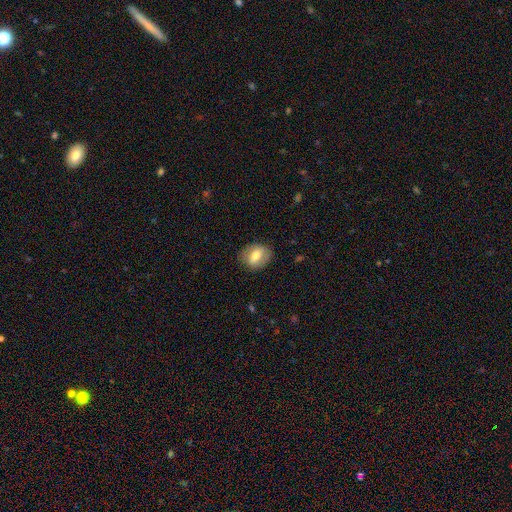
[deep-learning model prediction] Morphology: type=smooth (60%); roundness=in between (59%); merging=none (83%).